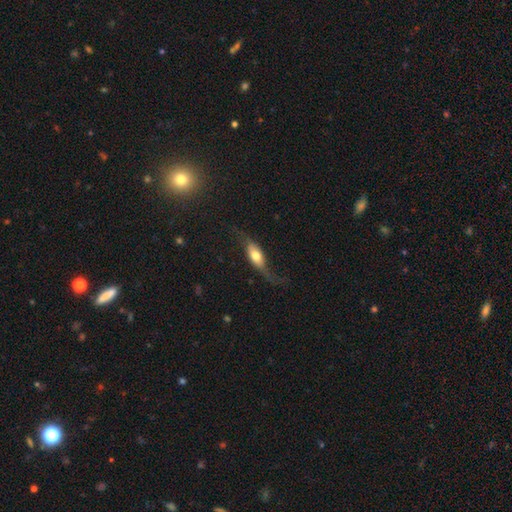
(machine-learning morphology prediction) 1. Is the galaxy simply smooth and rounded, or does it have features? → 56% featured or disk, 37% smooth, 7% star or artifact.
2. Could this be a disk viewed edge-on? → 63% no, 37% yes.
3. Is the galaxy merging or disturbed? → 47% none, 28% major disturbance, 22% minor disturbance, 3% merger.